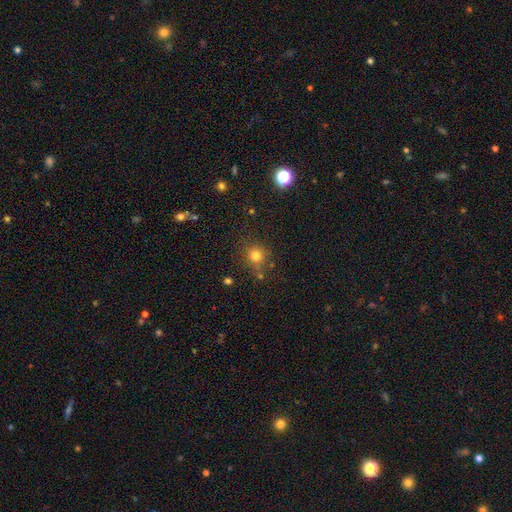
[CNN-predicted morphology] This is likely a smooth galaxy (77%). How rounded: clearly round (88%). Merging: likely none (75%).